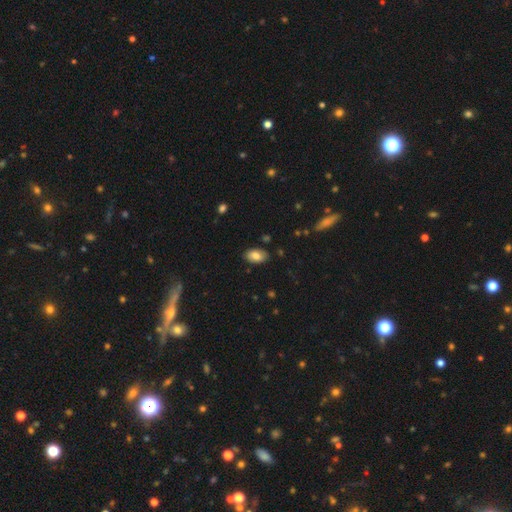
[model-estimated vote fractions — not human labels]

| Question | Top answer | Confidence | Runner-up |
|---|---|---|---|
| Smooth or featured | smooth | 80% | featured or disk (12%) |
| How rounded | in between | 93% | round (5%) |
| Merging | none | 86% | minor disturbance (11%) |